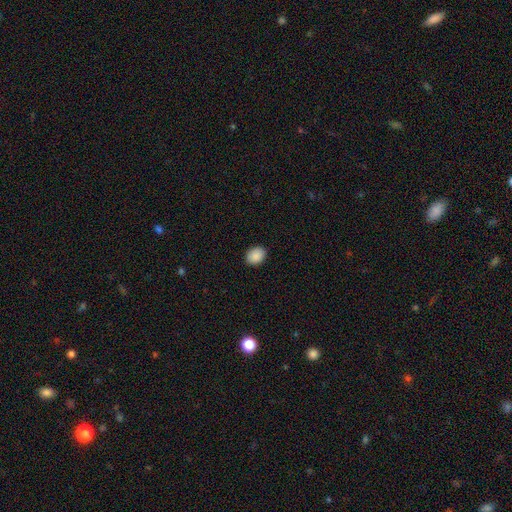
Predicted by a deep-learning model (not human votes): Smooth or featured?
  - smooth: 89% *
  - star or artifact: 8%
  - featured or disk: 3%
How rounded?
  - in between: 61% *
  - round: 38%
  - cigar-shaped: 1%
Merging?
  - none: 89% *
  - minor disturbance: 8%
  - major disturbance: 2%
  - merger: 1%